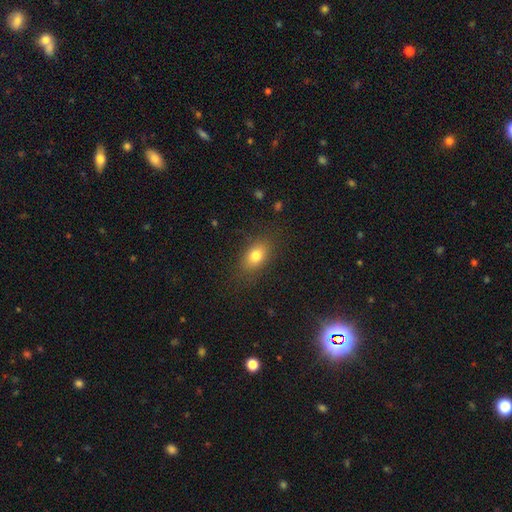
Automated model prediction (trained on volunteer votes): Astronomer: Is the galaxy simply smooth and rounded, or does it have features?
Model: smooth — 79%.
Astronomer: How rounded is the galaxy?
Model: in between — 83%.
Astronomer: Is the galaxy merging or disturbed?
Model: none — 82%.